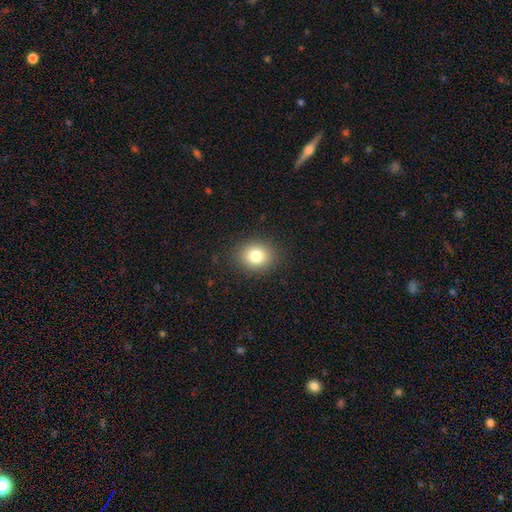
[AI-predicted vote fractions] A smooth galaxy with no disk features (81%) that is round (60%). Merging: none (88%).